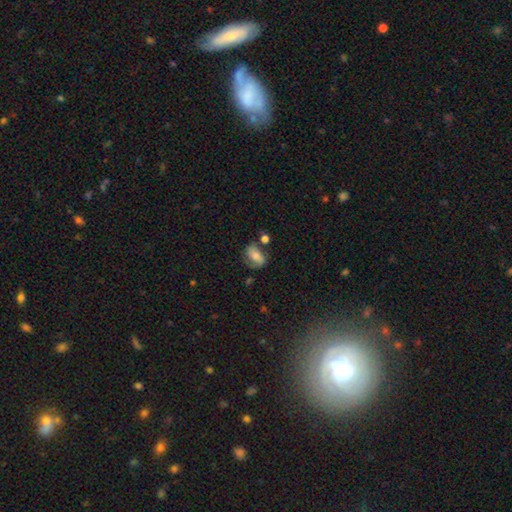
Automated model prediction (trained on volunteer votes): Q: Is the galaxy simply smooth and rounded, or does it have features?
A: smooth — 58%.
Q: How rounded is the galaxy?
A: in between — 80%.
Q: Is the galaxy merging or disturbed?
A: none — 51%.